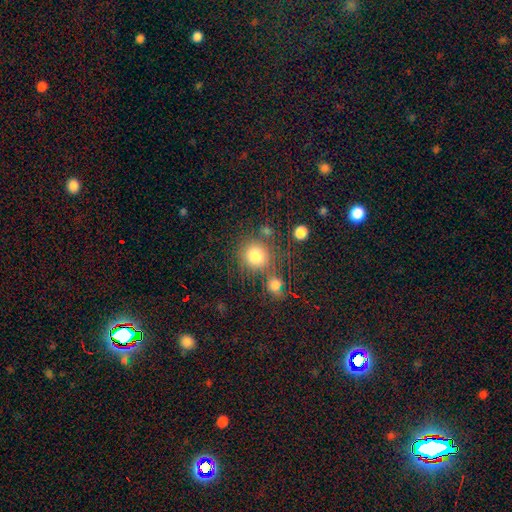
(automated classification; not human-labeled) A smooth galaxy with no disk features (79%) that is round (89%). Merging: none (66%).